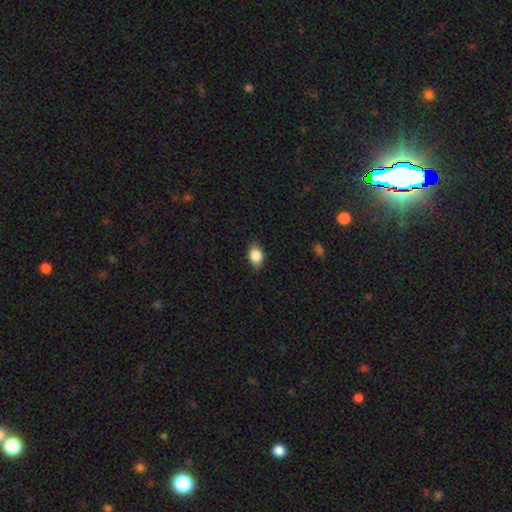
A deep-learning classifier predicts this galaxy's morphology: smooth-or-featured: smooth: 85% | star or artifact: 8% | featured or disk: 7%
  how-rounded: in between: 81% | round: 17% | cigar-shaped: 2%
  merging: none: 83% | minor disturbance: 13% | major disturbance: 3% | merger: 1%